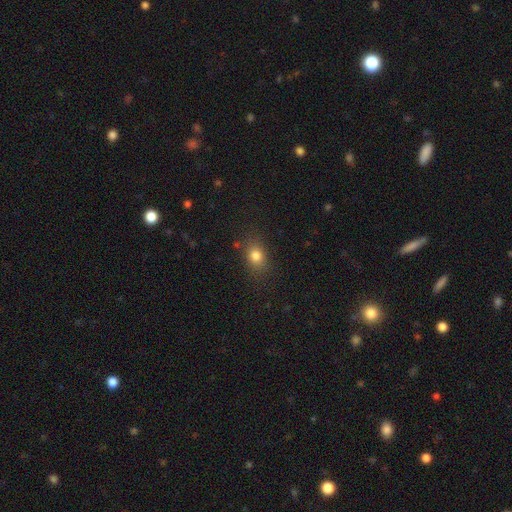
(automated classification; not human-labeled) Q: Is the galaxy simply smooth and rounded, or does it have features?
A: smooth — 79%.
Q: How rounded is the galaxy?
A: in between — 55%.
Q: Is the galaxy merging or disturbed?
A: none — 81%.